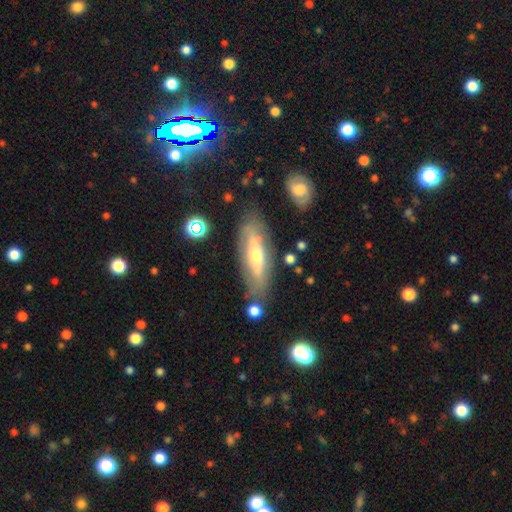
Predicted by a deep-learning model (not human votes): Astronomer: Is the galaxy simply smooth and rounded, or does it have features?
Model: featured or disk — 60%.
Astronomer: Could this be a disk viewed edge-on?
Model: no — 57% (runner-up: yes, 43%).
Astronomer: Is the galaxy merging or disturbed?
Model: none — 74%.